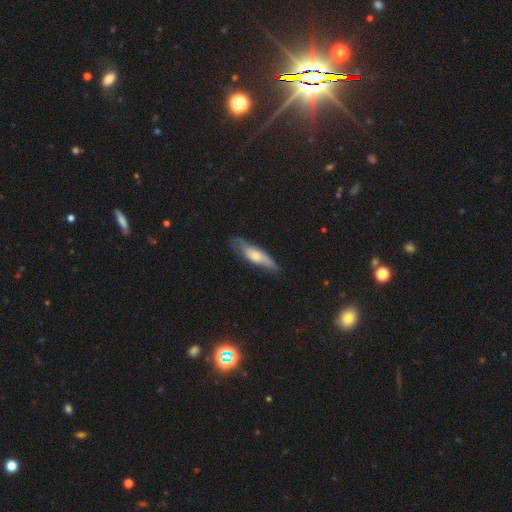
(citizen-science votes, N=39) smooth-or-featured: smooth: 62% | featured or disk: 38% | star or artifact: 0%
  how-rounded: cigar-shaped: 62% | in between: 33% | round: 4%
  merging: none: 46% | minor disturbance: 36% | major disturbance: 15% | merger: 3%